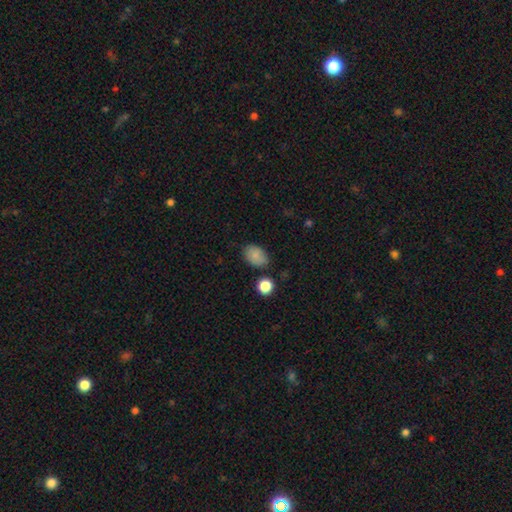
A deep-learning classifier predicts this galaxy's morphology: This appears to be a smooth galaxy with no disk features (85%) that is in between round and cigar-shaped (78%). Merging: none (77%).